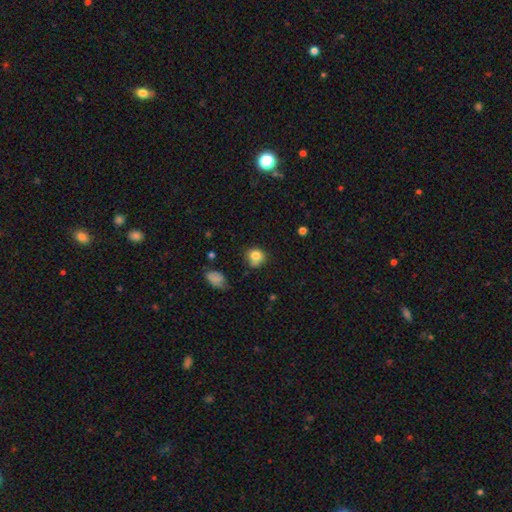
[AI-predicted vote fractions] This appears to be a smooth galaxy with no disk features (81%) that is round (77%). Merging: none (61%).